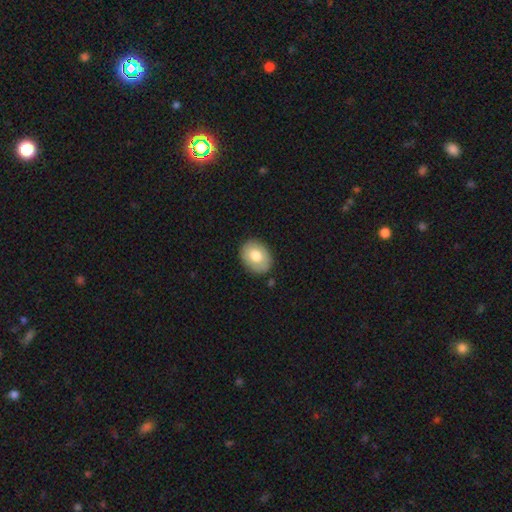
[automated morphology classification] type=smooth (74%); roundness=in between (64%); merging=none (86%).